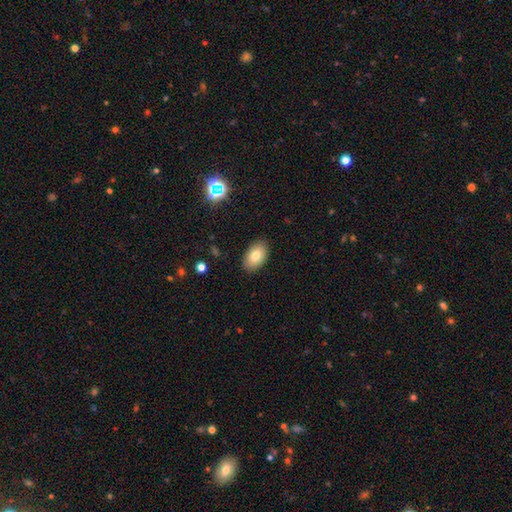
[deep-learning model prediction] Smooth or featured?
  - smooth: 78% *
  - featured or disk: 13%
  - star or artifact: 9%
How rounded?
  - in between: 91% *
  - round: 7%
  - cigar-shaped: 1%
Merging?
  - none: 87% *
  - minor disturbance: 9%
  - major disturbance: 2%
  - merger: 1%